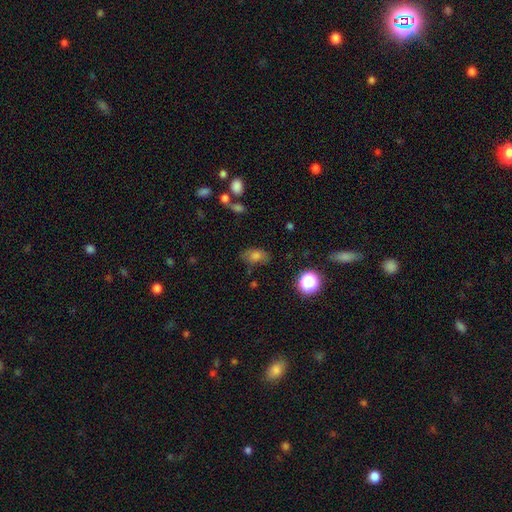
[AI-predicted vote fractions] Smooth or featured? smooth (75%)
How rounded? in between (83%)
Merging? none (71%)